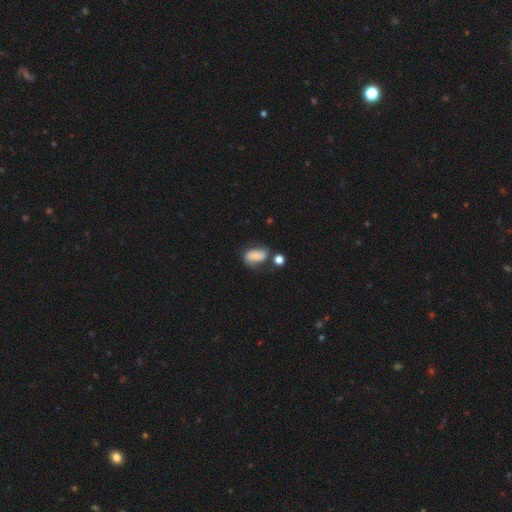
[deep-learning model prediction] Smooth or featured: smooth — 74% (featured or disk — 16%)
How rounded: in between — 87% (round — 9%)
Merging: none — 46% (minor disturbance — 25%)